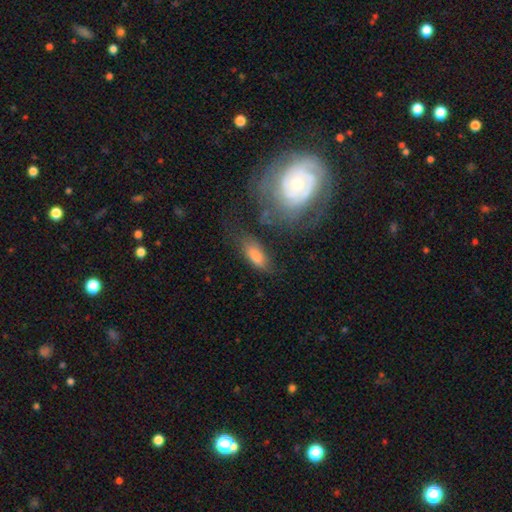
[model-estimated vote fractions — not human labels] Smooth or featured? Predicted: smooth (p=0.75). How rounded? Predicted: in between (p=0.77). Merging? Predicted: none (p=0.59).